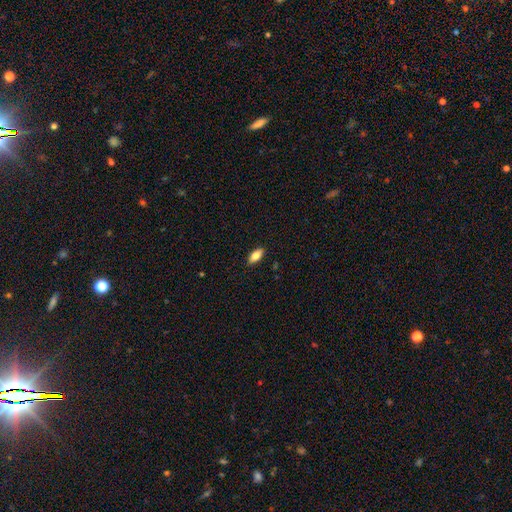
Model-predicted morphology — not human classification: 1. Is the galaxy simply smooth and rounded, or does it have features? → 77% smooth, 16% featured or disk, 7% star or artifact.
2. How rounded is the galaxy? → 84% in between, 13% cigar-shaped, 3% round.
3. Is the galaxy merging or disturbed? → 89% none, 9% minor disturbance, 2% major disturbance, 1% merger.